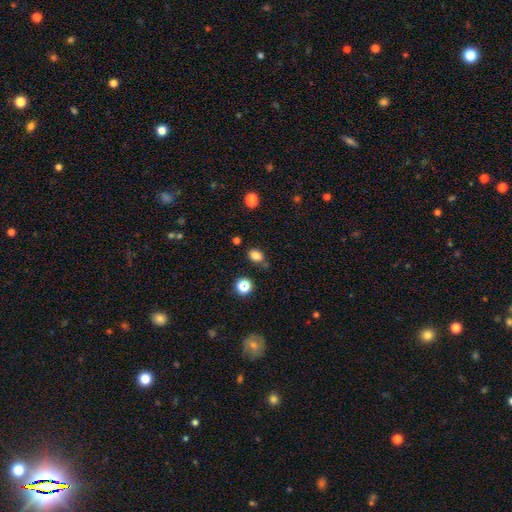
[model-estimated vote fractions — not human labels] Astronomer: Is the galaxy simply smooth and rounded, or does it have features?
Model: smooth — 81%.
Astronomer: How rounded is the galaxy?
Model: in between — 67%.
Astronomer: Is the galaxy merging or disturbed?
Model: none — 71%.